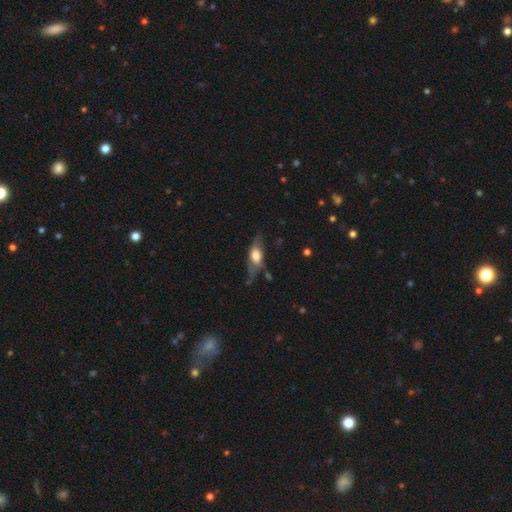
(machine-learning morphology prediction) Q: Smooth or featured?
A: featured or disk (48%); runner-up: smooth (45%)
Q: Merging?
A: none (58%); runner-up: minor disturbance (26%)